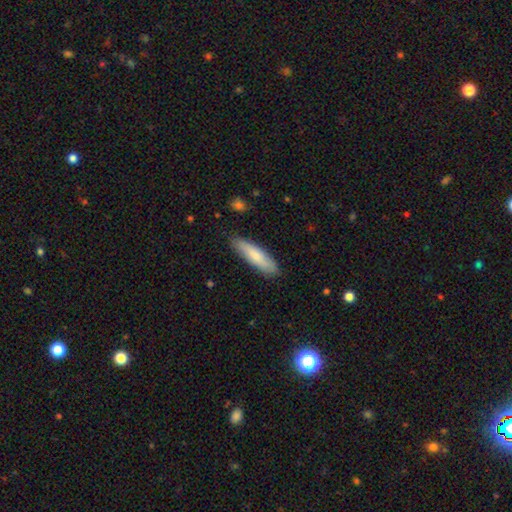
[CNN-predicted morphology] This is likely a smooth galaxy (78%). How rounded: likely cigar-shaped (68%). Merging: clearly none (87%).